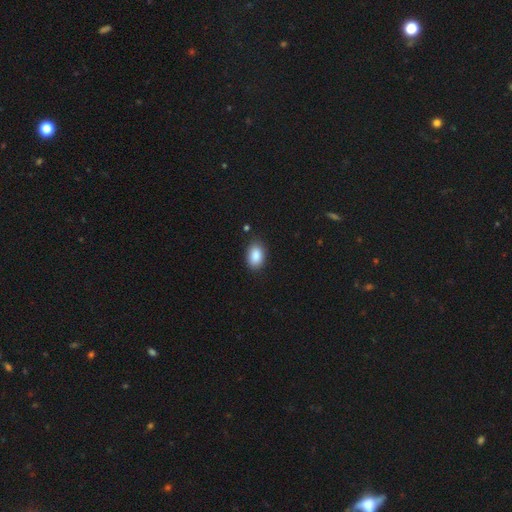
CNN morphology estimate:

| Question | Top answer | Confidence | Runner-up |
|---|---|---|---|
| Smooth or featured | smooth | 89% | star or artifact (7%) |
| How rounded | in between | 88% | round (11%) |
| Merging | none | 85% | minor disturbance (11%) |